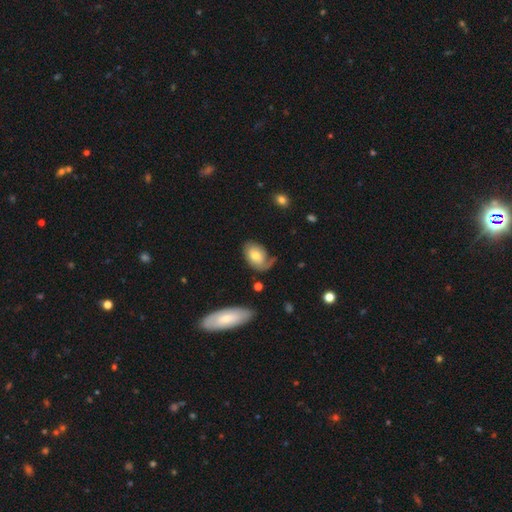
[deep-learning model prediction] Smooth or featured: smooth — 50% (featured or disk — 43%)
How rounded: in between — 83% (round — 16%)
Merging: none — 45% (minor disturbance — 28%)